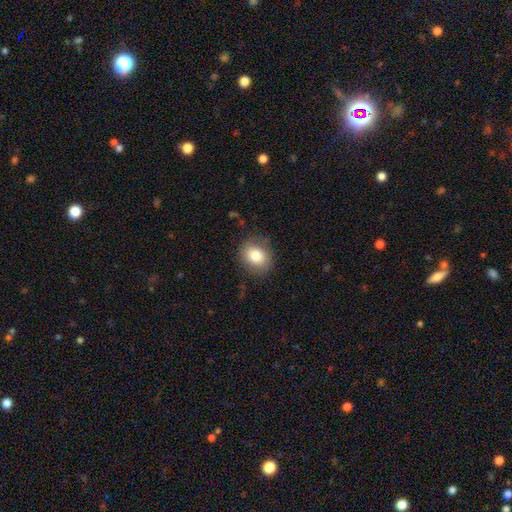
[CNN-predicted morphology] A smooth galaxy with no disk features (81%) that is round (62%). Merging: none (83%).